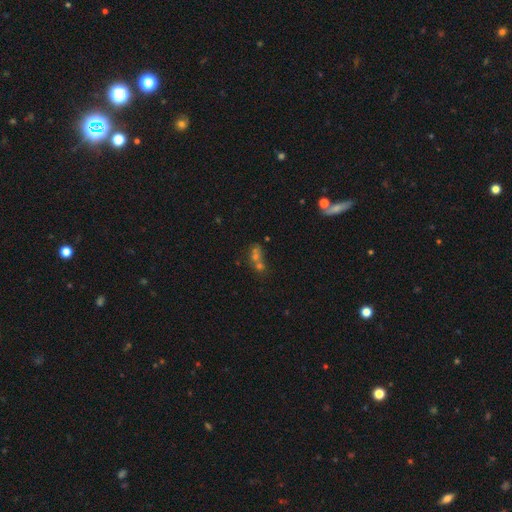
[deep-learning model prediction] A smooth galaxy with no disk features (48%).

Vote fractions:
- Smooth or featured? smooth: 48% / star or artifact: 31% / featured or disk: 22%
- Merging? merger: 51% / none: 34% / minor disturbance: 8% / major disturbance: 7%